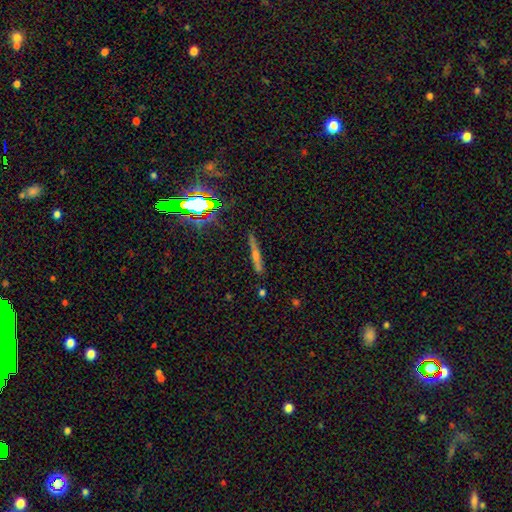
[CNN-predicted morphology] smooth-or-featured: featured or disk: 42% | star or artifact: 33% | smooth: 25%
  merging: none: 81% | minor disturbance: 10% | merger: 4% | major disturbance: 4%